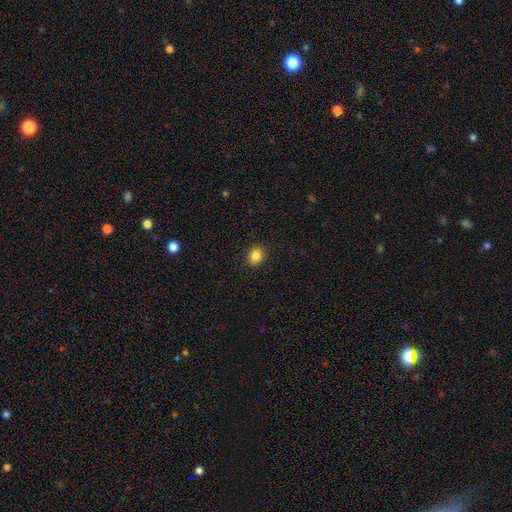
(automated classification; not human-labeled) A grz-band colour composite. It shows a smooth galaxy with no disk features (85%) that is round (68%). Merging: none (91%).